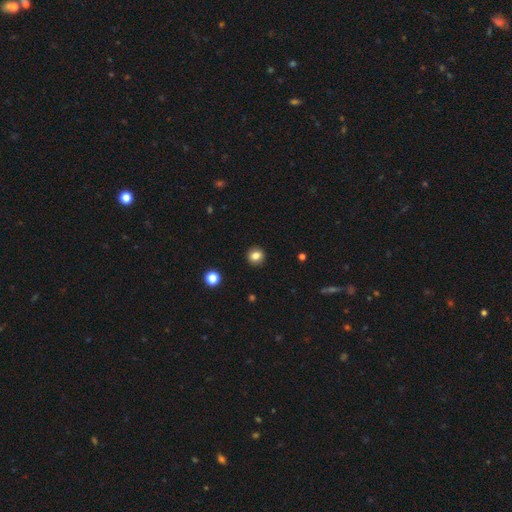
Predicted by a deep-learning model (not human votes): Smooth or featured? Predicted: smooth (p=0.82). How rounded? Predicted: round (p=0.88). Merging? Predicted: none (p=0.92).